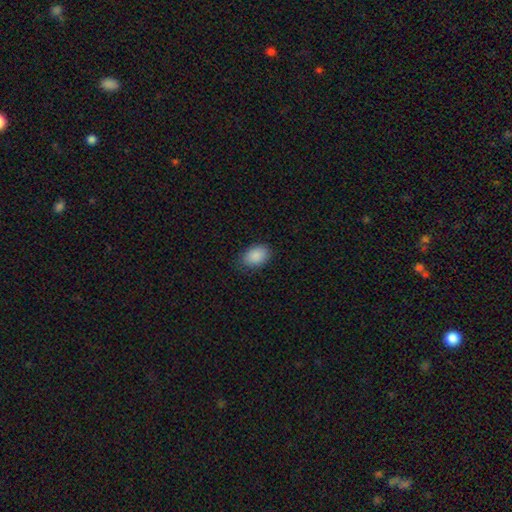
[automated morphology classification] smooth_or_featured: smooth (p=0.89) [alt: star or artifact p=0.07]
how_rounded: in between (p=0.87) [alt: round p=0.12]
merging: none (p=0.82) [alt: minor disturbance p=0.14]